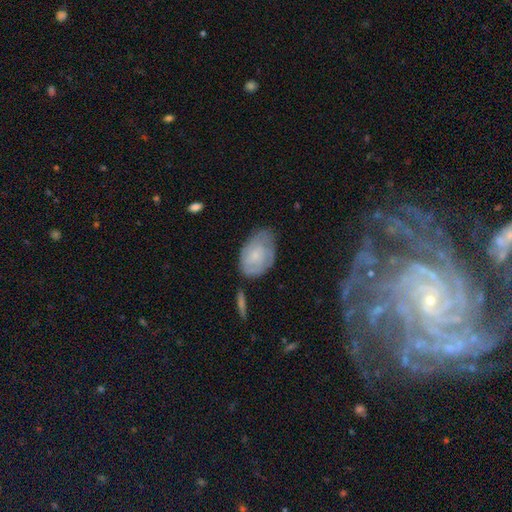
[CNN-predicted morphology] This is possibly a smooth galaxy (47%). Merging: likely none (61%).